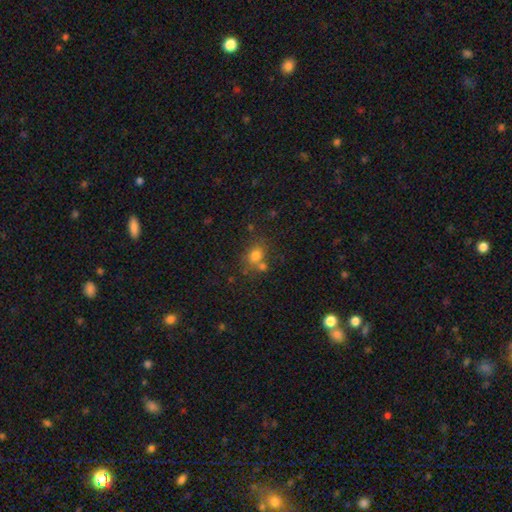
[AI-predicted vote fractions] Morphology: type=smooth (74%); roundness=round (58%); merging=none (56%).